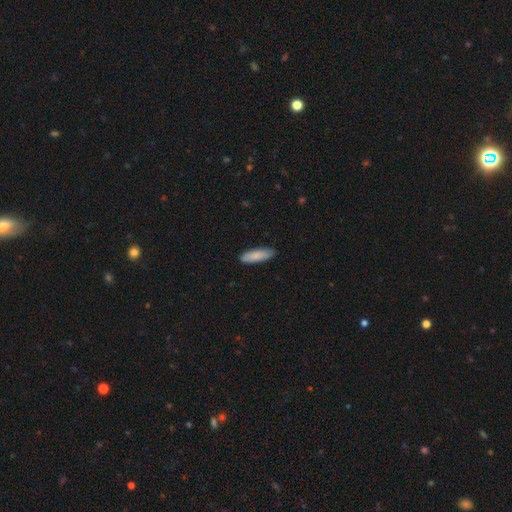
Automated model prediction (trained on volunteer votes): The model was most divided on "how rounded": cigar-shaped: 58%, in between: 40%, round: 1%. More confident: smooth or featured — smooth (86%); merging — none (85%).